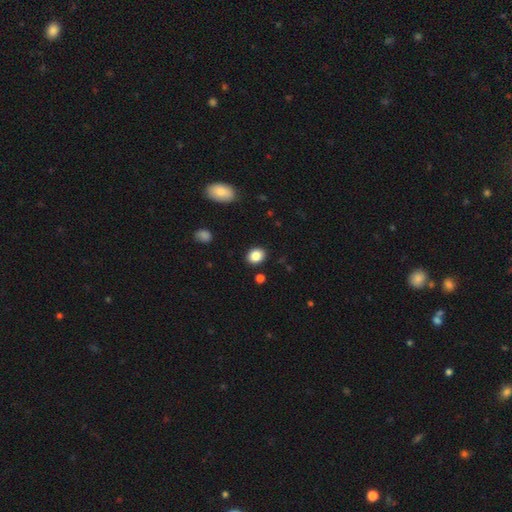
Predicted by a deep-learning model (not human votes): A smooth galaxy with no disk features (86%) that is round (51%). Merging: none (88%).